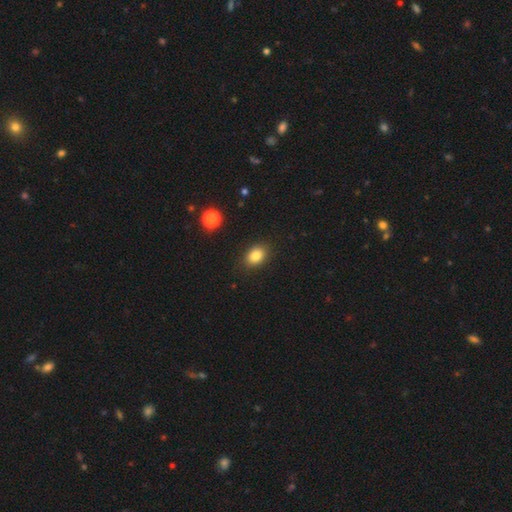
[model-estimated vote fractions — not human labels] Smooth or featured? smooth (83%)
How rounded? in between (69%)
Merging? none (87%)